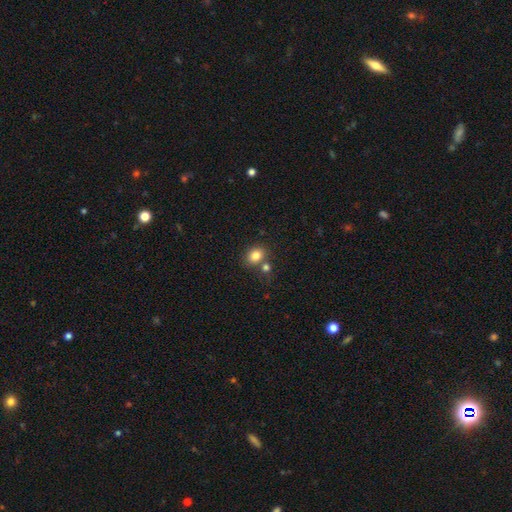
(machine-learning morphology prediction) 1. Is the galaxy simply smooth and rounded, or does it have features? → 82% smooth, 11% star or artifact, 7% featured or disk.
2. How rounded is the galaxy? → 51% in between, 49% round, 1% cigar-shaped.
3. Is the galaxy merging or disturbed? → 64% none, 22% merger, 11% minor disturbance, 3% major disturbance.